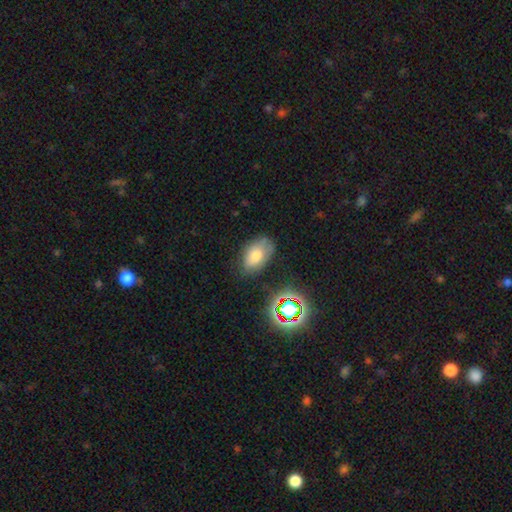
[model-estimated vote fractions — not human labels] This appears to be a smooth galaxy with no disk features (71%) that is in between round and cigar-shaped (90%). Merging: none (67%).